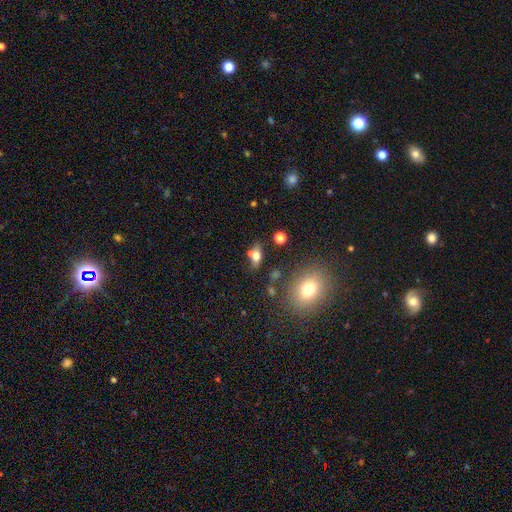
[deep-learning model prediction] This is likely a smooth galaxy (64%). How rounded: likely in between (72%). Merging: possibly none (57%).